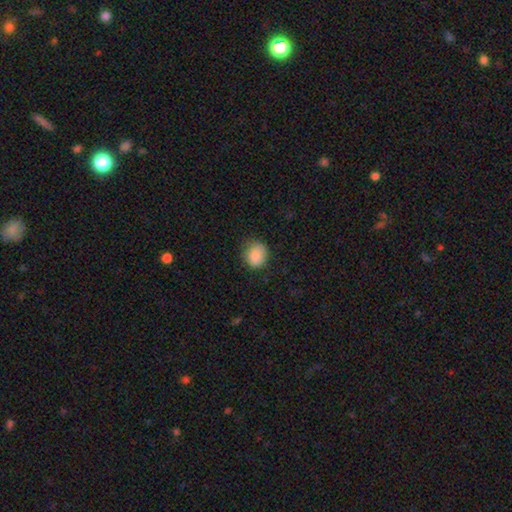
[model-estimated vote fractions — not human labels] Overall: smooth (87%). How rounded: round (70%; in between 30%). Merging: none (71%).